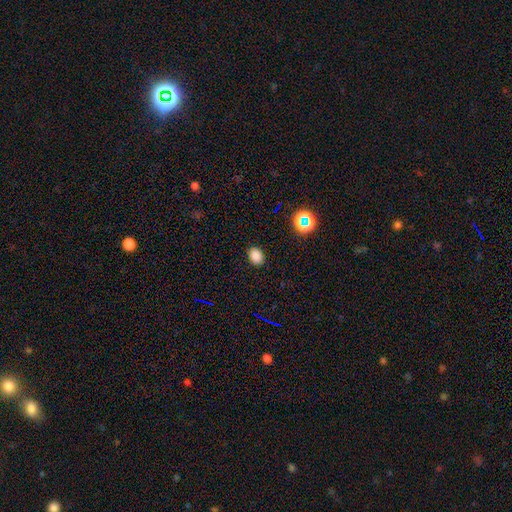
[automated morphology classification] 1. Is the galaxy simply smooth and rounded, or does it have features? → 83% smooth, 14% star or artifact, 4% featured or disk.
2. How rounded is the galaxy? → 70% in between, 29% round, 1% cigar-shaped.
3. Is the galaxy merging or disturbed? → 89% none, 8% minor disturbance, 2% major disturbance, 1% merger.